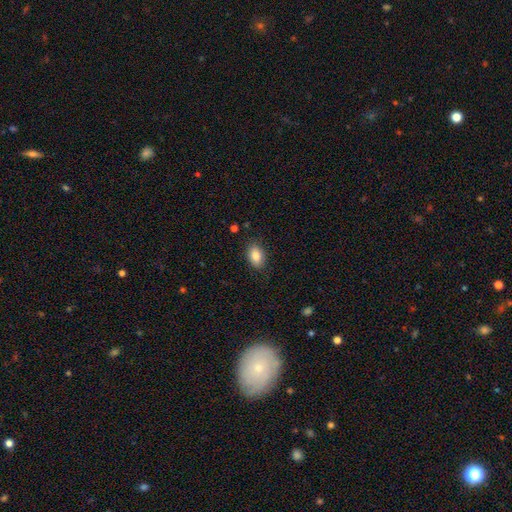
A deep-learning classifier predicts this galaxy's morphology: Q: Smooth or featured?
A: smooth (85%); runner-up: star or artifact (8%)
Q: How rounded?
A: in between (88%); runner-up: round (10%)
Q: Merging?
A: none (85%); runner-up: minor disturbance (11%)